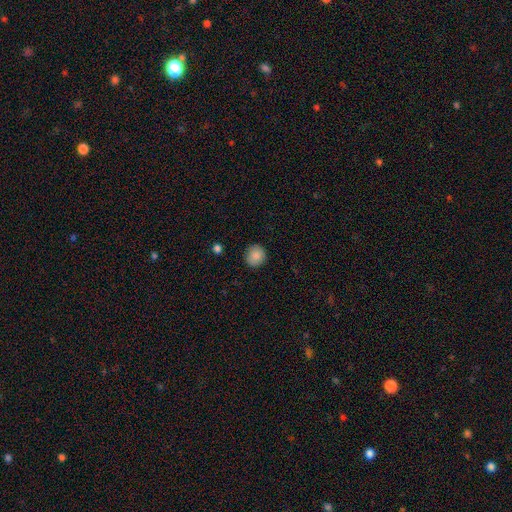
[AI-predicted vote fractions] smooth_or_featured: smooth (p=0.87) [alt: star or artifact p=0.08]
how_rounded: round (p=0.88) [alt: in between p=0.11]
merging: none (p=0.89) [alt: minor disturbance p=0.08]